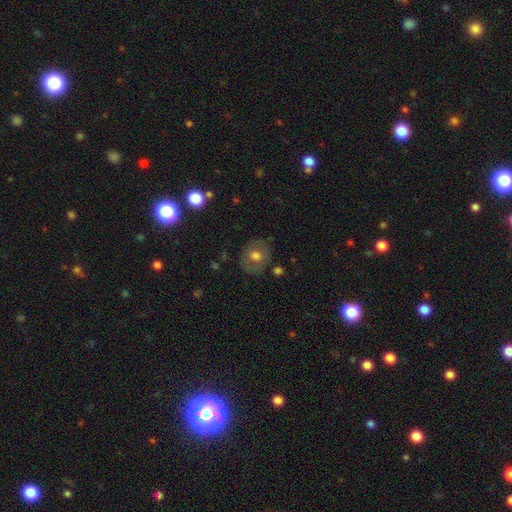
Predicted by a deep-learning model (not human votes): This appears to be a smooth galaxy with no disk features (58%) that is round (70%). Merging: none (80%).